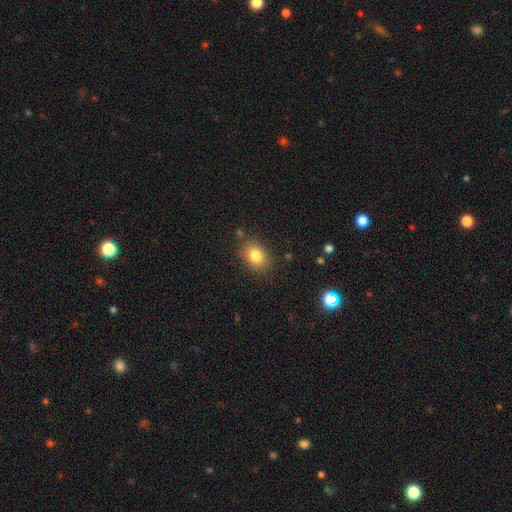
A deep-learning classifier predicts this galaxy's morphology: Smooth or featured? smooth (83%)
How rounded? in between (70%)
Merging? none (81%)